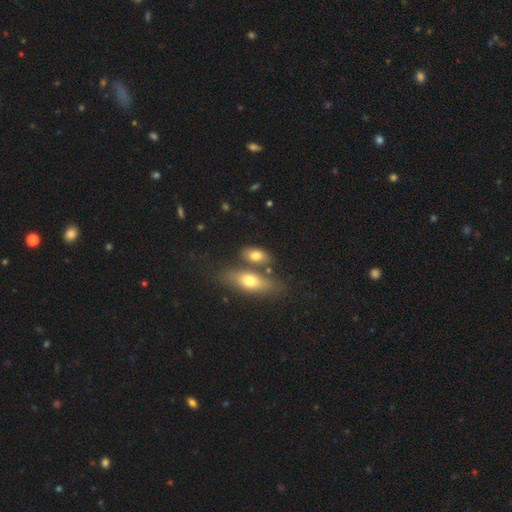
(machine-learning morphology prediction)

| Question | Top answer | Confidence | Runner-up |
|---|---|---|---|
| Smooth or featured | smooth | 74% | featured or disk (18%) |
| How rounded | in between | 81% | cigar-shaped (10%) |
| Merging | none | 55% | merger (28%) |